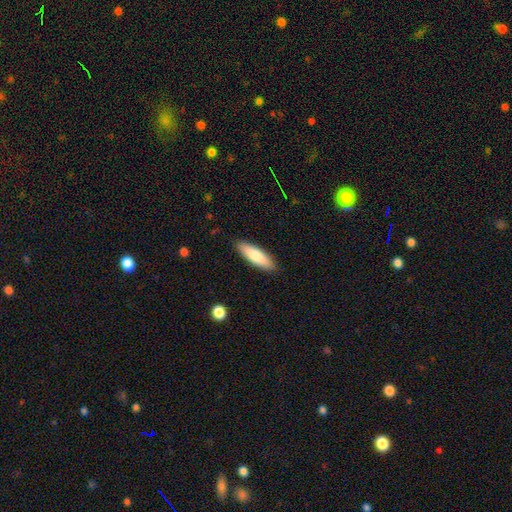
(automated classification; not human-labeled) Overall: smooth (80%). How rounded: cigar-shaped (52%; in between 47%). Merging: none (88%).